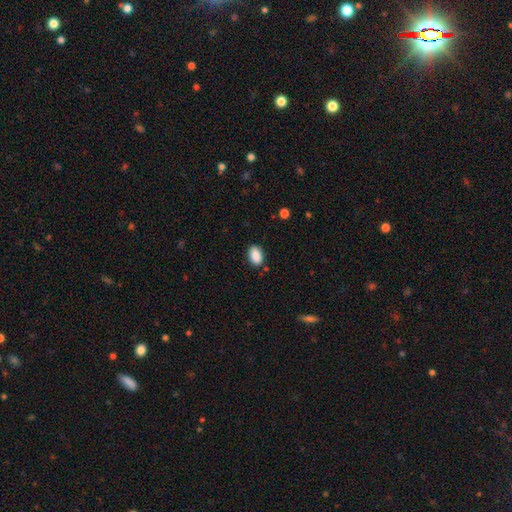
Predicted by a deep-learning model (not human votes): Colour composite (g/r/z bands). It shows a smooth galaxy with no disk features (89%) that is in between round and cigar-shaped (91%). Merging: none (84%).